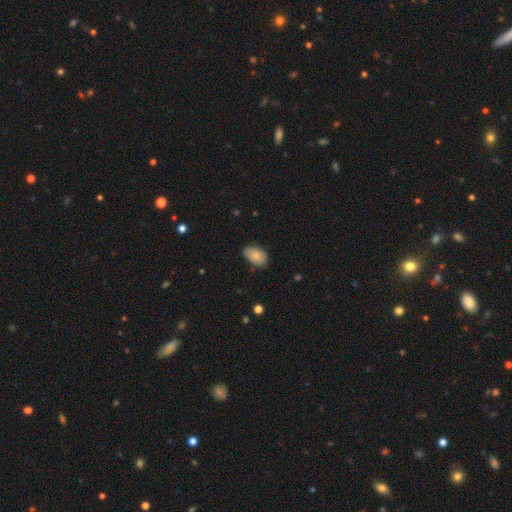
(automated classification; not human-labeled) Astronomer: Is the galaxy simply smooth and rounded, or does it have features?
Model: smooth — 83%.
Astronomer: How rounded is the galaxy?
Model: in between — 91%.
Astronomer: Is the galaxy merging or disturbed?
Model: none — 74%.